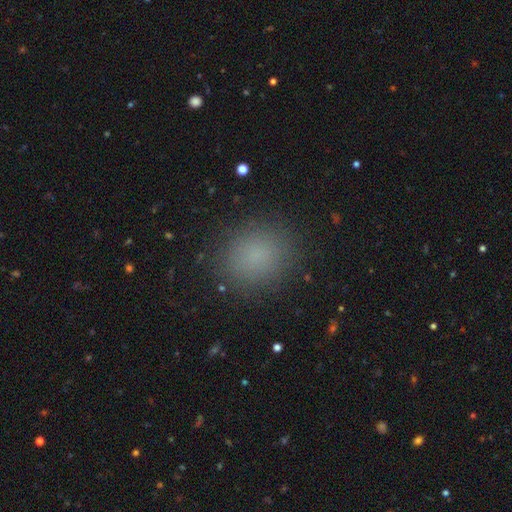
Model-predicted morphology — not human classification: smooth_or_featured: smooth (p=0.81) [alt: star or artifact p=0.14]
how_rounded: round (p=0.68) [alt: in between p=0.30]
merging: none (p=0.87) [alt: minor disturbance p=0.09]